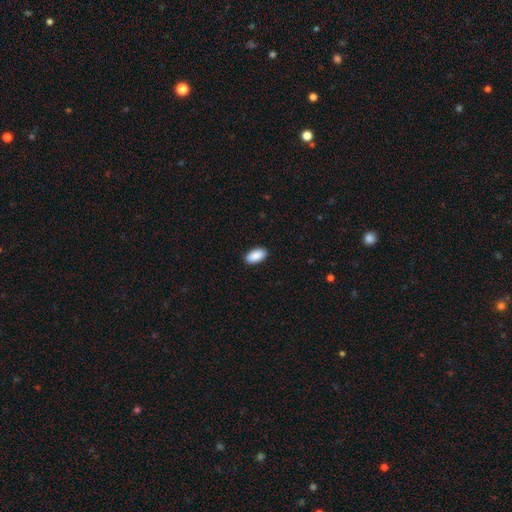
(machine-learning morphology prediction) type=smooth (91%); roundness=in between (95%); merging=none (90%).